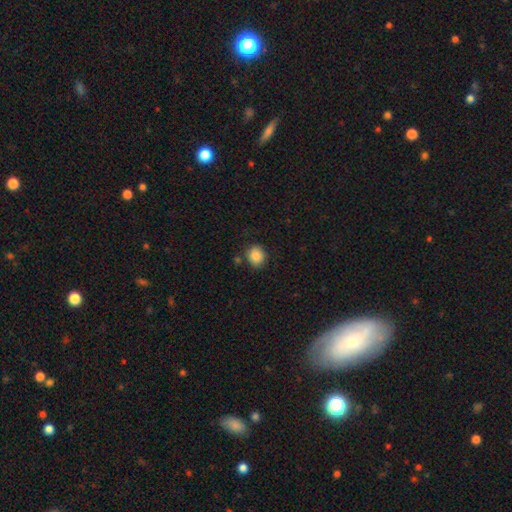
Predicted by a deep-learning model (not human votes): Q: Smooth or featured?
A: smooth (86%); runner-up: star or artifact (9%)
Q: How rounded?
A: round (79%); runner-up: in between (20%)
Q: Merging?
A: none (81%); runner-up: minor disturbance (11%)